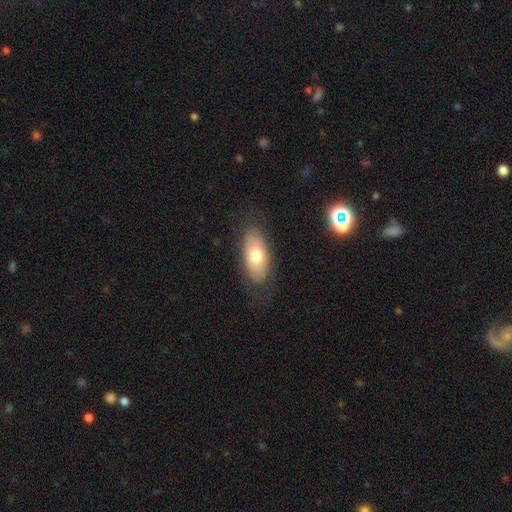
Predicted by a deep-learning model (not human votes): A smooth galaxy with no disk features (63%) that is in between round and cigar-shaped (91%).

Vote fractions:
- Smooth or featured? smooth: 63% / featured or disk: 31% / star or artifact: 6%
- How rounded? in between: 91% / cigar-shaped: 6% / round: 4%
- Merging? none: 76% / minor disturbance: 17% / major disturbance: 6% / merger: 1%